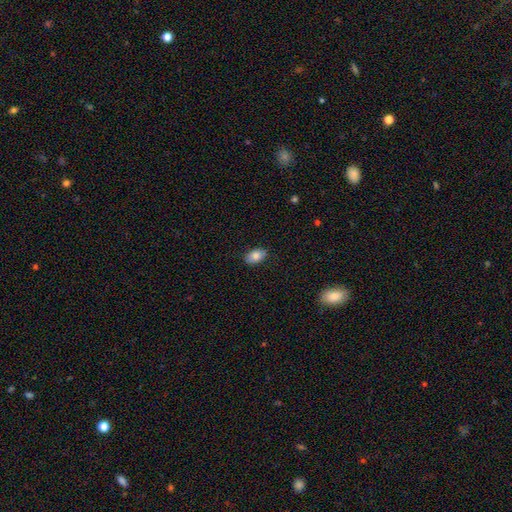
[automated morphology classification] Smooth or featured: smooth — 83% (featured or disk — 10%)
How rounded: in between — 91% (round — 7%)
Merging: none — 86% (minor disturbance — 11%)